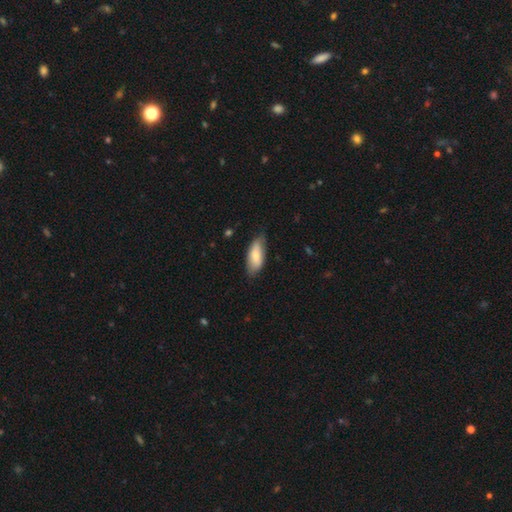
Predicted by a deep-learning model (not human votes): This is likely a smooth galaxy (77%). How rounded: clearly in between (81%). Merging: likely none (69%).